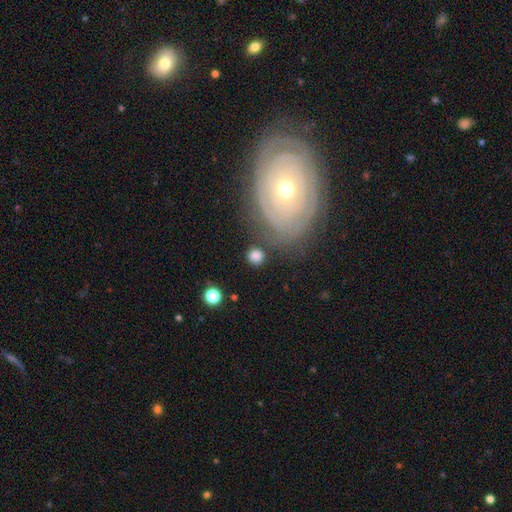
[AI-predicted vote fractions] A smooth galaxy with no disk features (79%) that is round (83%).

Vote fractions:
- Smooth or featured? smooth: 79% / featured or disk: 12% / star or artifact: 9%
- How rounded? round: 83% / in between: 16% / cigar-shaped: 1%
- Merging? none: 79% / minor disturbance: 11% / major disturbance: 6% / merger: 5%